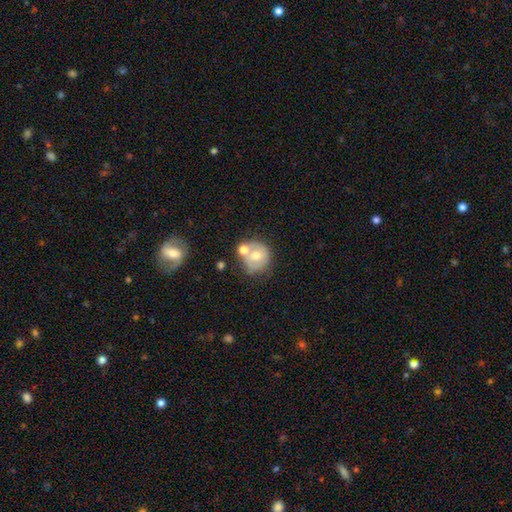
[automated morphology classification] A smooth galaxy with no disk features (52%) that is round (80%).

Vote fractions:
- Smooth or featured? smooth: 52% / featured or disk: 40% / star or artifact: 8%
- How rounded? round: 80% / in between: 19% / cigar-shaped: 1%
- Merging? none: 41% / merger: 33% / minor disturbance: 18% / major disturbance: 8%